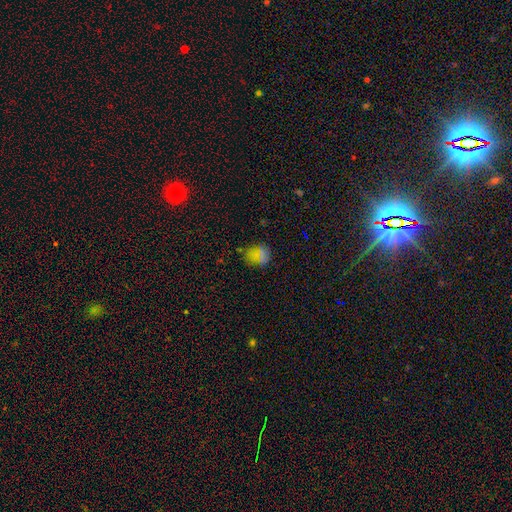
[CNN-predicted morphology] smooth_or_featured: smooth (p=0.60) [alt: star or artifact p=0.32]
how_rounded: round (p=0.73) [alt: in between p=0.25]
merging: none (p=0.75) [alt: minor disturbance p=0.15]